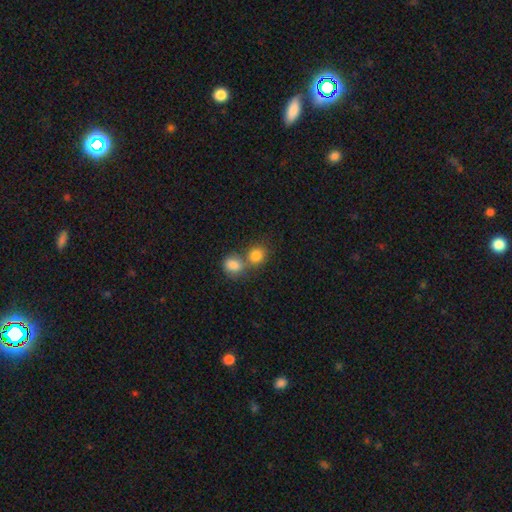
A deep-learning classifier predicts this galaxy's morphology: Smooth or featured? Predicted: smooth (p=0.83). How rounded? Predicted: round (p=0.71). Merging? Predicted: merger (p=0.52).